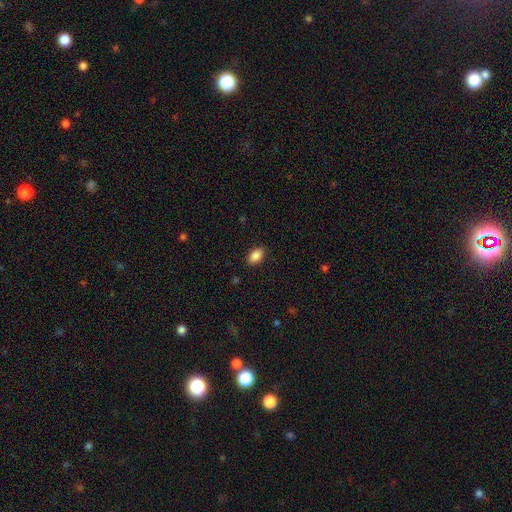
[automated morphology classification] type=smooth (88%); roundness=in between (88%); merging=none (88%).